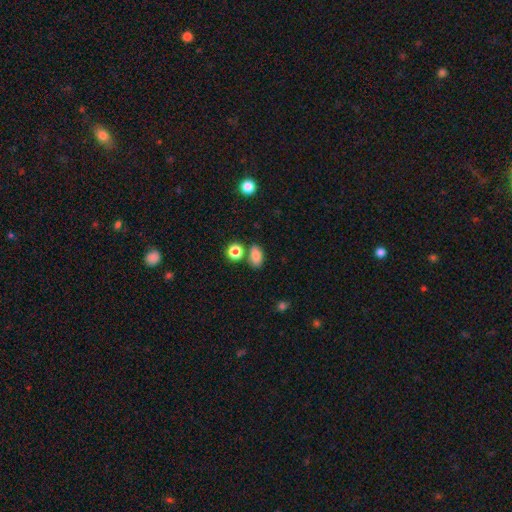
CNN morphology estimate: This appears to be a smooth galaxy with no disk features (82%) that is in between round and cigar-shaped (83%). Merging: none (72%).